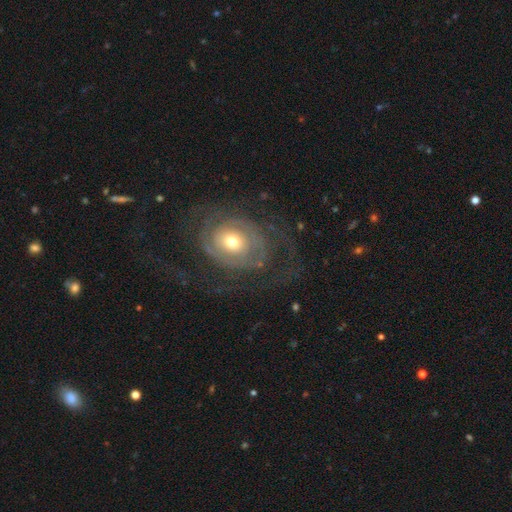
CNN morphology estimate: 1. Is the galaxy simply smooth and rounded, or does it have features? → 71% featured or disk, 17% smooth, 12% star or artifact.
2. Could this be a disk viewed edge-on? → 96% no, 4% yes.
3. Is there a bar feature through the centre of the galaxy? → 76% no, 17% weak, 7% strong.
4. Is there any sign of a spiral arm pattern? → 76% yes, 24% no.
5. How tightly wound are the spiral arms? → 65% tight, 24% medium, 11% loose.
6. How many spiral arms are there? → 43% can't tell, 23% 2, 11% 3, 8% 1, 7% 4, 7% more than 4.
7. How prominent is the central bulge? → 59% moderate, 27% small, 10% large, 2% dominant, 1% none.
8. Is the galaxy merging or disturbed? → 73% none, 13% minor disturbance, 13% major disturbance, 2% merger.